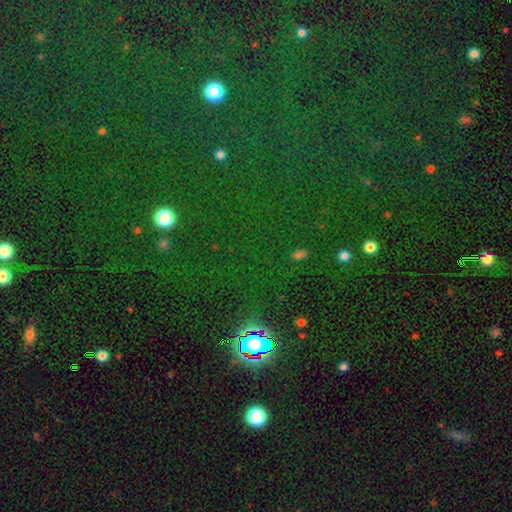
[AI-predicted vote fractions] smooth_or_featured: star or artifact (p=0.81) [alt: smooth p=0.11]